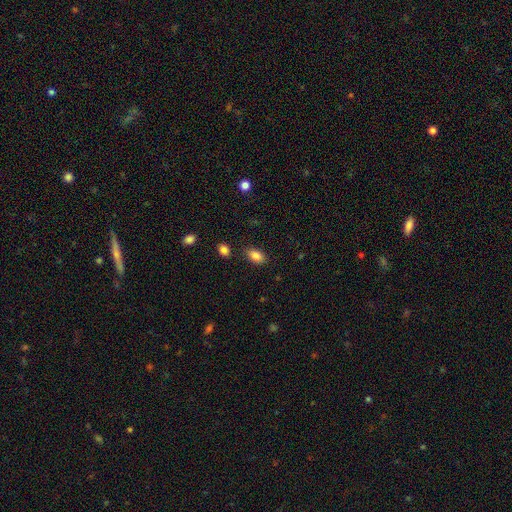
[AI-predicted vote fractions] smooth-or-featured: smooth: 85% | star or artifact: 9% | featured or disk: 6%
  how-rounded: in between: 89% | round: 9% | cigar-shaped: 2%
  merging: none: 81% | minor disturbance: 12% | merger: 3% | major disturbance: 3%